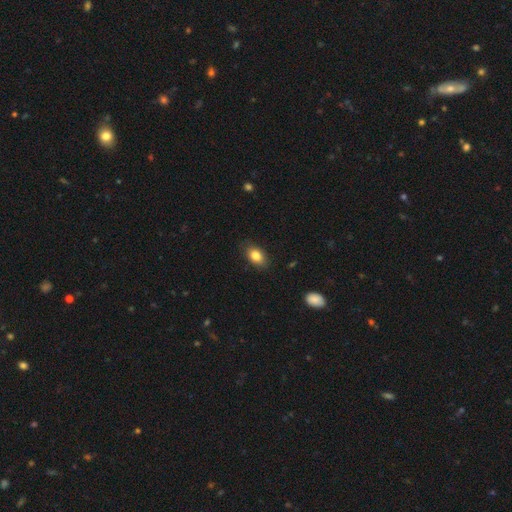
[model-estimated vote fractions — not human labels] smooth 84%, featured or disk 8%, star or artifact 8%. Down the decision tree: how rounded — in between (85%); merging — none (83%).